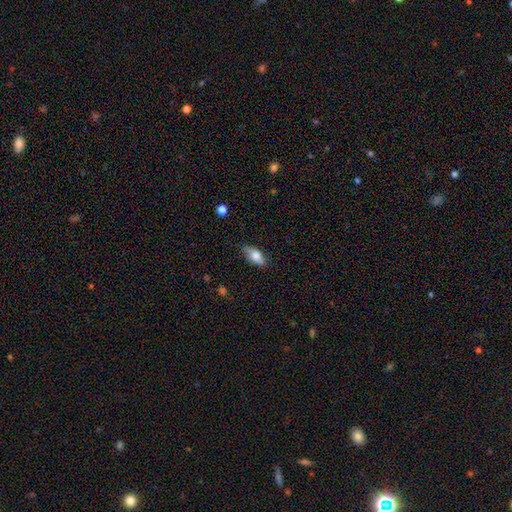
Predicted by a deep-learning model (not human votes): A smooth galaxy with no disk features (74%) that is in between round and cigar-shaped (85%). Merging: none (77%).